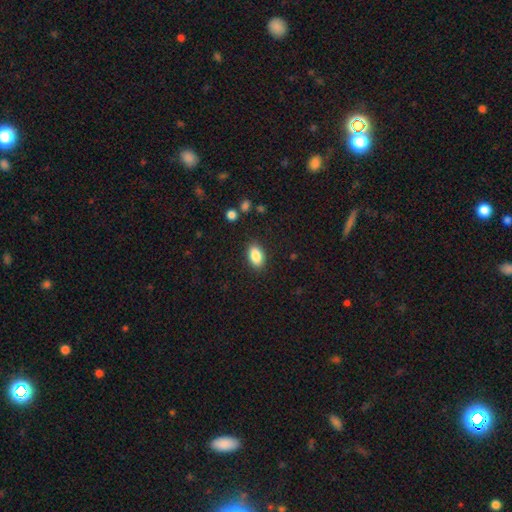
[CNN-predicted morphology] This appears to be a smooth galaxy with no disk features (87%) that is in between round and cigar-shaped (91%). Merging: none (88%).